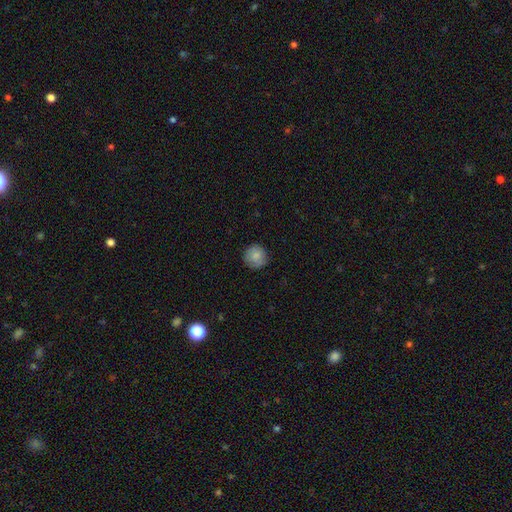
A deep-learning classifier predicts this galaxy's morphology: A smooth galaxy with no disk features (84%) that is round (93%). Merging: none (84%).